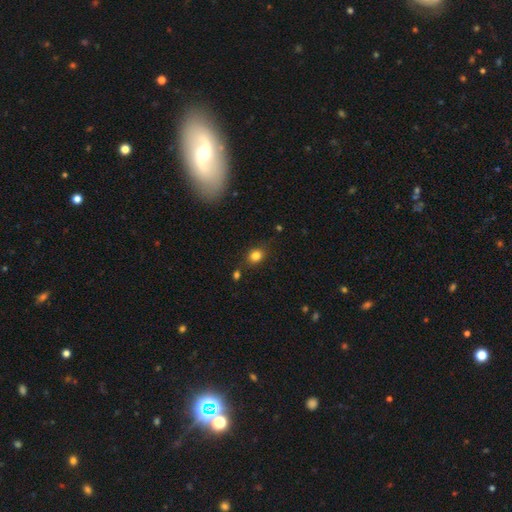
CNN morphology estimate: type=smooth (82%); roundness=round (59%); merging=none (79%).